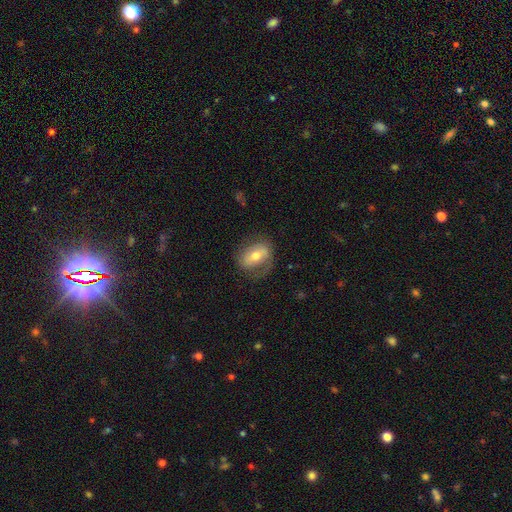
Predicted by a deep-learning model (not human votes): Smooth or featured? featured or disk (47%)
Merging? none (62%)